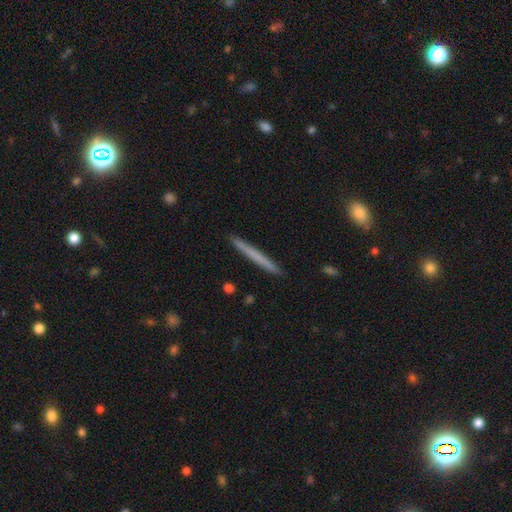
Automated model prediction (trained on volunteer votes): A smooth galaxy with no disk features (61%) that is cigar-shaped (97%).

Vote fractions:
- Smooth or featured? smooth: 61% / featured or disk: 34% / star or artifact: 6%
- How rounded? cigar-shaped: 97% / in between: 2% / round: 1%
- Merging? none: 92% / minor disturbance: 6% / major disturbance: 1% / merger: 1%